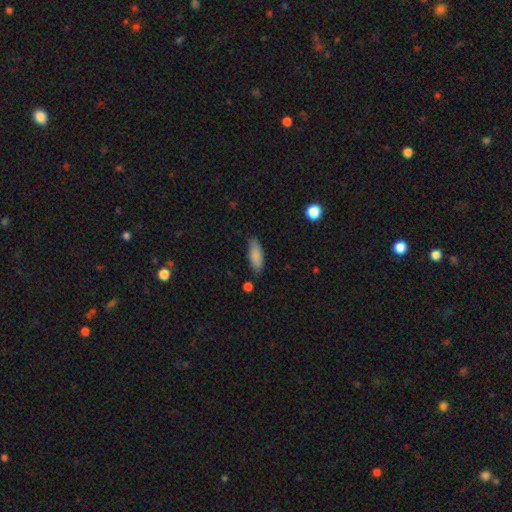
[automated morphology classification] smooth-or-featured: smooth: 86% | featured or disk: 8% | star or artifact: 6%
  how-rounded: in between: 68% | cigar-shaped: 30% | round: 2%
  merging: none: 81% | minor disturbance: 13% | major disturbance: 3% | merger: 3%